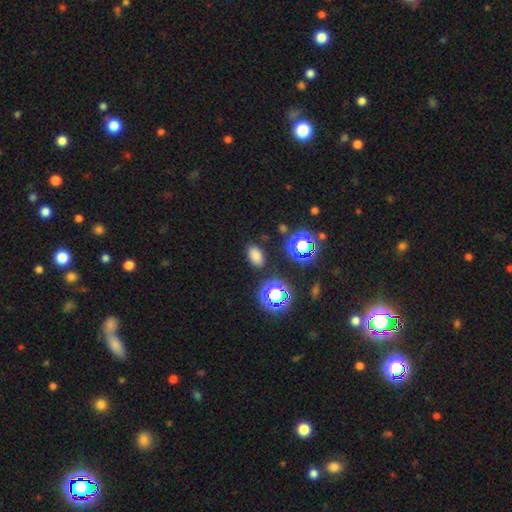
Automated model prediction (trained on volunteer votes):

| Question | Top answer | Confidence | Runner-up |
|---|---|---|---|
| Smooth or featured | smooth | 73% | star or artifact (22%) |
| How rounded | in between | 82% | round (16%) |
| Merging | none | 85% | minor disturbance (9%) |